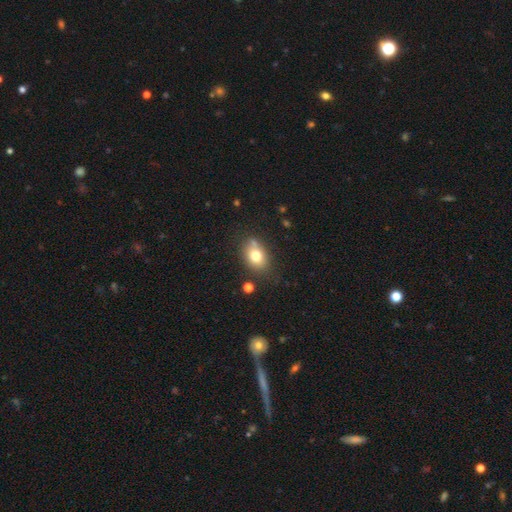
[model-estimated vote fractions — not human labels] Smooth or featured? Predicted: smooth (p=0.75). How rounded? Predicted: in between (p=0.72). Merging? Predicted: none (p=0.69).